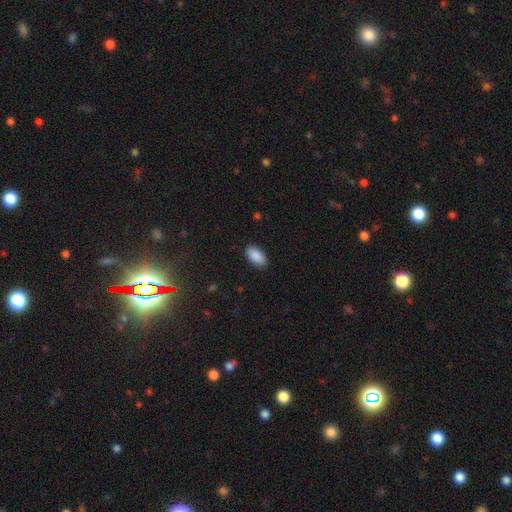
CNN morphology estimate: type=smooth (90%); roundness=in between (95%); merging=none (88%).